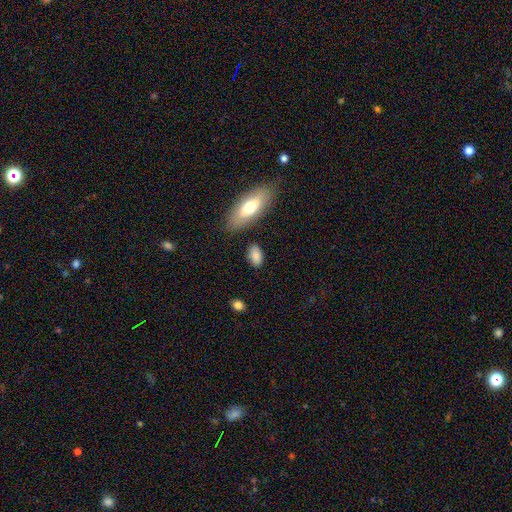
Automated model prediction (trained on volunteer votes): smooth-or-featured: smooth: 85% | featured or disk: 8% | star or artifact: 7%
  how-rounded: in between: 89% | cigar-shaped: 6% | round: 5%
  merging: none: 79% | minor disturbance: 14% | major disturbance: 4% | merger: 3%